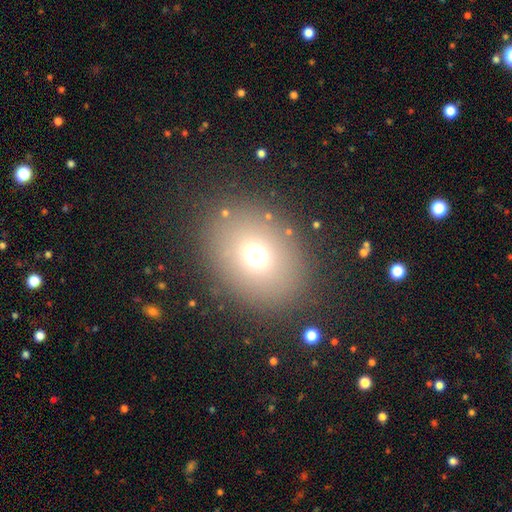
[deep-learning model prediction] smooth 69%, star or artifact 19%, featured or disk 12%. Down the decision tree: how rounded — round (50%); merging — none (84%).